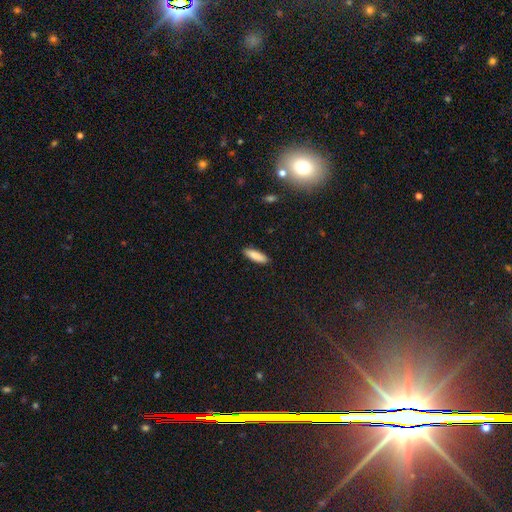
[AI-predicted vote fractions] This appears to be a smooth galaxy with no disk features (87%) that is cigar-shaped (55%). Merging: none (90%).